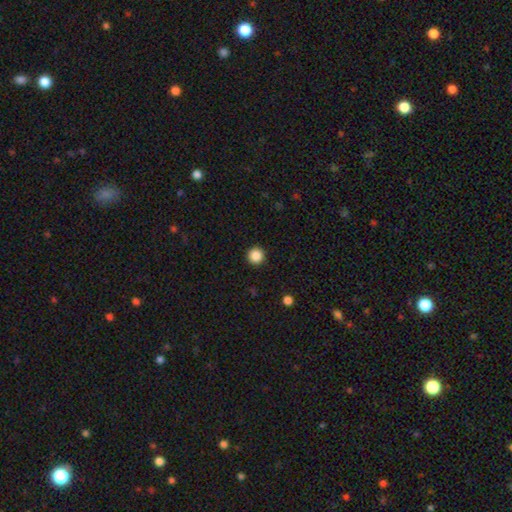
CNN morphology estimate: Smooth or featured? smooth (87%)
How rounded? round (96%)
Merging? none (93%)